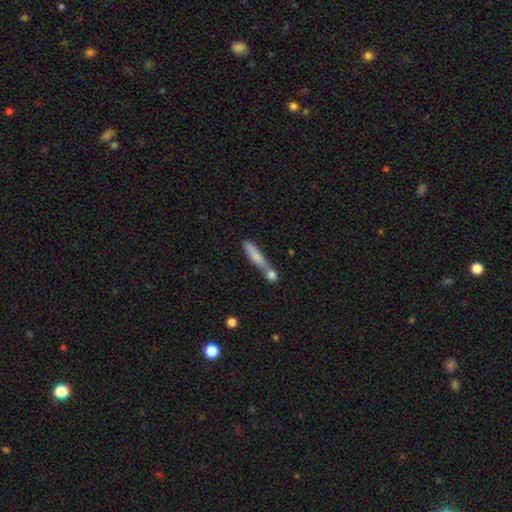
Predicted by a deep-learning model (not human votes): Morphology: type=smooth (72%); roundness=cigar-shaped (84%); merging=merger (42%).